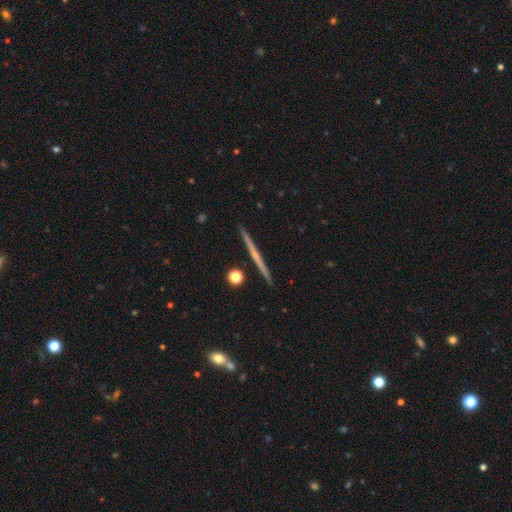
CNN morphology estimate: A featured or disk galaxy (61%) viewed edge-on (98%) with no central bulge (80%). Merging: none (93%).